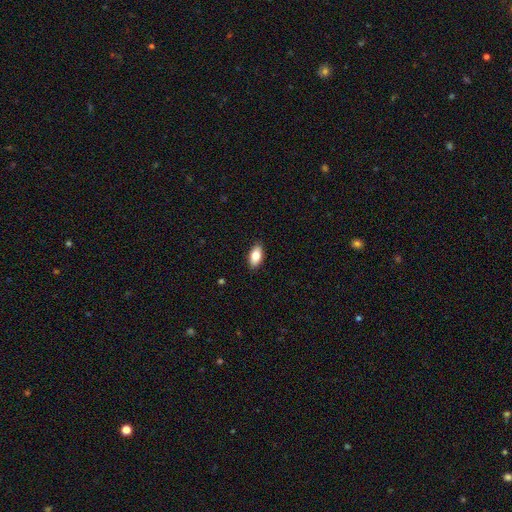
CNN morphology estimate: This appears to be a smooth galaxy with no disk features (81%) that is in between round and cigar-shaped (91%). Merging: none (89%).